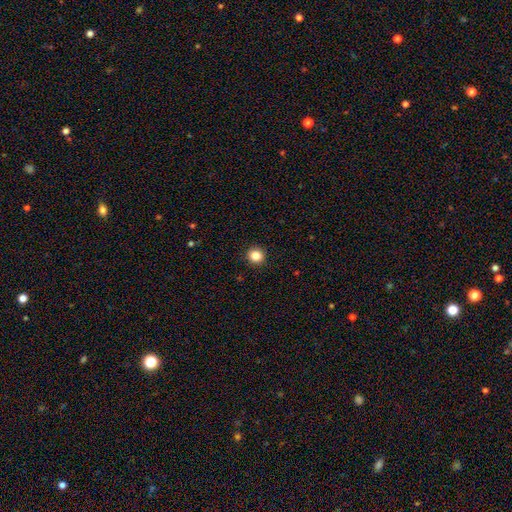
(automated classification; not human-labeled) smooth 85%, star or artifact 11%, featured or disk 4%. Down the decision tree: how rounded — round (91%); merging — none (93%).